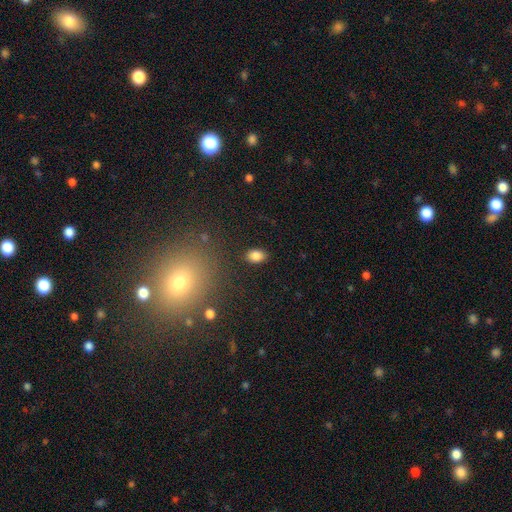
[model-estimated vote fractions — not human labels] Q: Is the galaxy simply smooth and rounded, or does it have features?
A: smooth — 85%.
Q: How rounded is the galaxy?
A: in between — 83%.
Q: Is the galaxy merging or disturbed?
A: none — 86%.